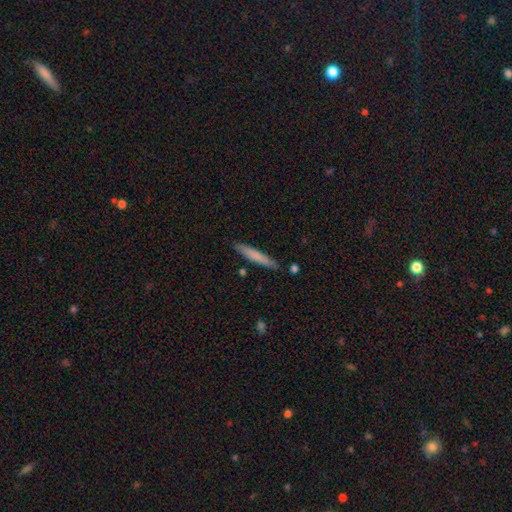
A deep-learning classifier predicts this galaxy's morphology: smooth 74%, featured or disk 20%, star or artifact 6%. Down the decision tree: how rounded — cigar-shaped (93%); merging — none (85%).